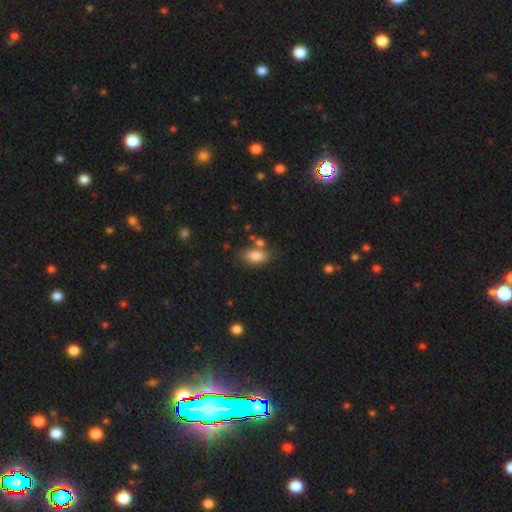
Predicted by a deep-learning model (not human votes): Morphology: type=smooth (84%); roundness=in between (89%); merging=none (68%).